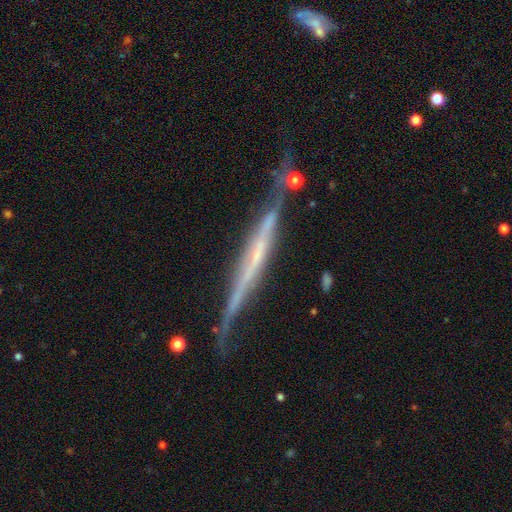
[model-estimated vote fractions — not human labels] Q: Smooth or featured?
A: featured or disk (73%); runner-up: smooth (21%)
Q: Edge-on disk?
A: yes (94%); runner-up: no (6%)
Q: Edge-on bulge?
A: none (74%); runner-up: rounded (16%)
Q: Merging?
A: none (64%); runner-up: minor disturbance (25%)